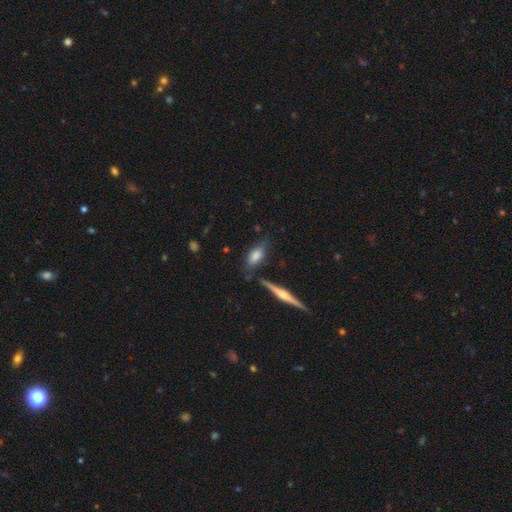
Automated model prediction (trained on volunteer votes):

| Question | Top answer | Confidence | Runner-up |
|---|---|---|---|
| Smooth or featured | smooth | 68% | featured or disk (24%) |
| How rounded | in between | 76% | cigar-shaped (19%) |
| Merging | none | 68% | minor disturbance (19%) |